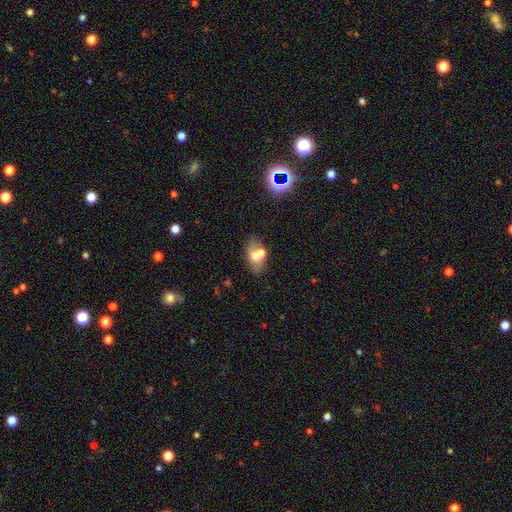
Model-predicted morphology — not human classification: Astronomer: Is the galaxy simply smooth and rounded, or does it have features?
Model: smooth — 62%.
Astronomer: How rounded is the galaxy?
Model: in between — 83%.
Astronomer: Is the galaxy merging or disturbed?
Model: none — 54%.